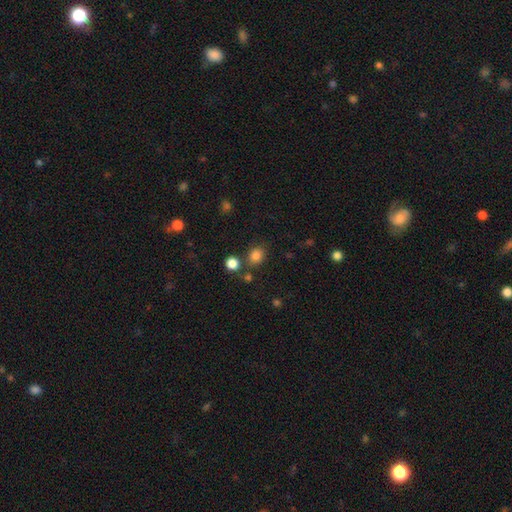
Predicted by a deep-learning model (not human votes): The model was most divided on "how rounded": round: 64%, in between: 35%, cigar-shaped: 1%. More confident: smooth or featured — smooth (83%); merging — none (76%).